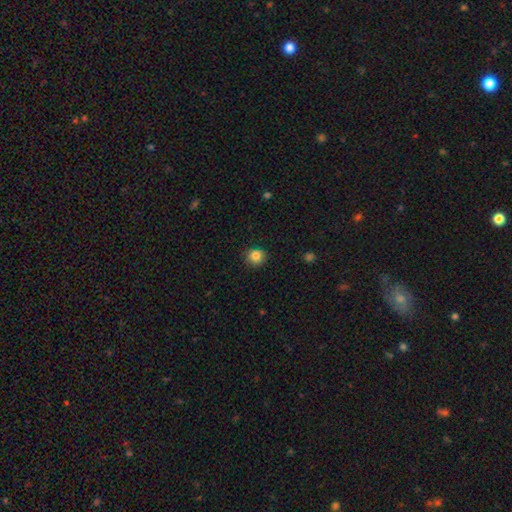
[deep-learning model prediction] Morphology: type=smooth (85%); roundness=round (88%); merging=none (88%).